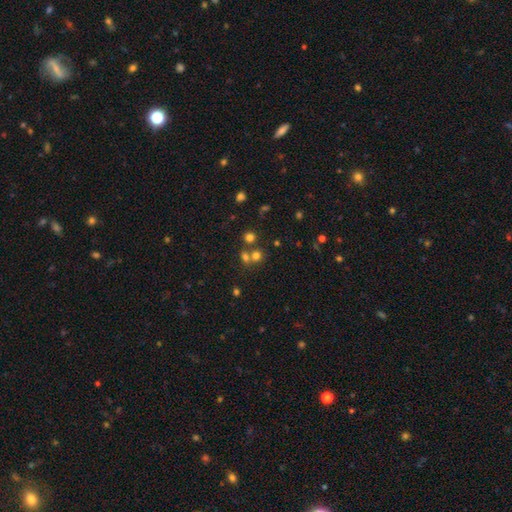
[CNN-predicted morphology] Overall: smooth (63%; star or artifact 26%). How rounded: round (82%). Merging: none (55%; merger 34%).